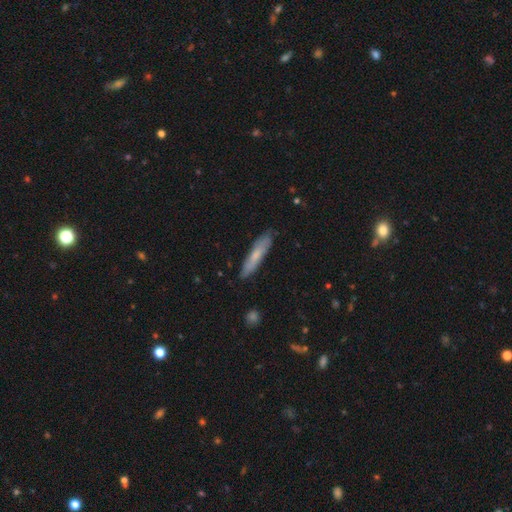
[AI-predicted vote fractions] smooth-or-featured: smooth: 63% | featured or disk: 31% | star or artifact: 6%
  how-rounded: cigar-shaped: 87% | in between: 12% | round: 1%
  merging: none: 82% | minor disturbance: 14% | major disturbance: 2% | merger: 1%